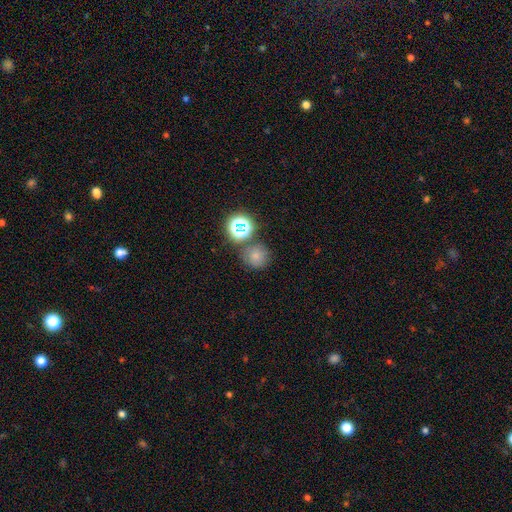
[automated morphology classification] This appears to be a smooth galaxy with no disk features (69%) that is round (90%). Merging: none (70%).